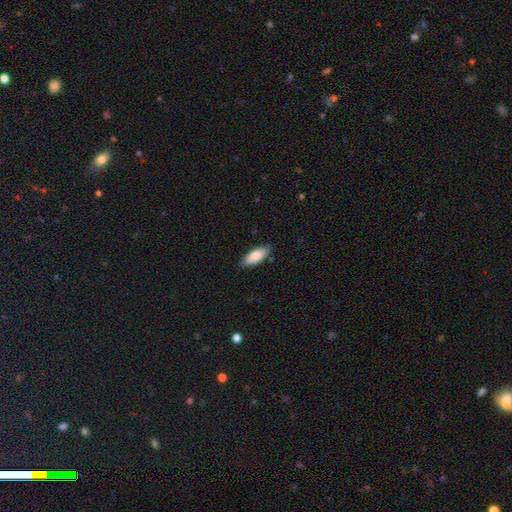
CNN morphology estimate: smooth 80%, featured or disk 14%, star or artifact 6%. Down the decision tree: how rounded — in between (84%); merging — none (83%).